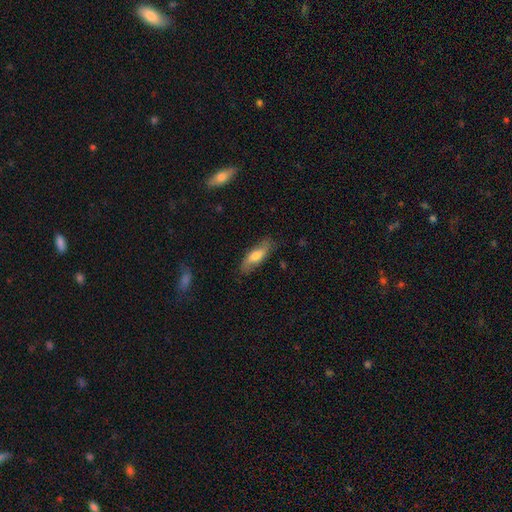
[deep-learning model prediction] This is likely a smooth galaxy (66%). How rounded: possibly in between (59%). Merging: likely none (78%).